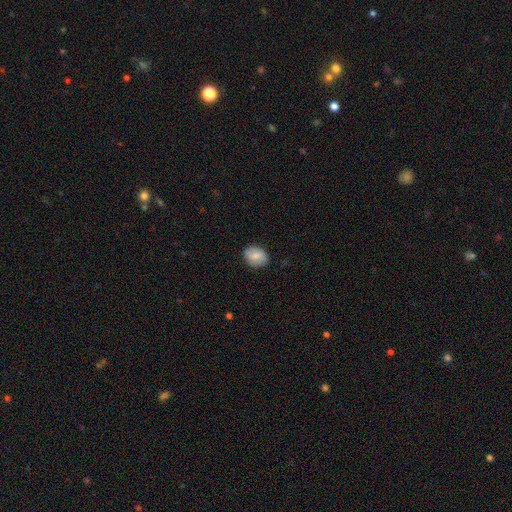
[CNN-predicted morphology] Smooth or featured? Predicted: smooth (p=0.76). How rounded? Predicted: in between (p=0.60). Merging? Predicted: none (p=0.84).